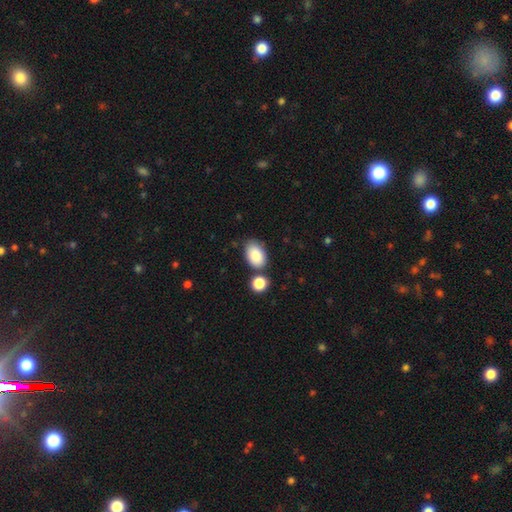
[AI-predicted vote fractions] Smooth or featured?
  - smooth: 87% *
  - star or artifact: 7%
  - featured or disk: 6%
How rounded?
  - in between: 90% *
  - round: 9%
  - cigar-shaped: 1%
Merging?
  - none: 68% *
  - minor disturbance: 15%
  - merger: 13%
  - major disturbance: 4%